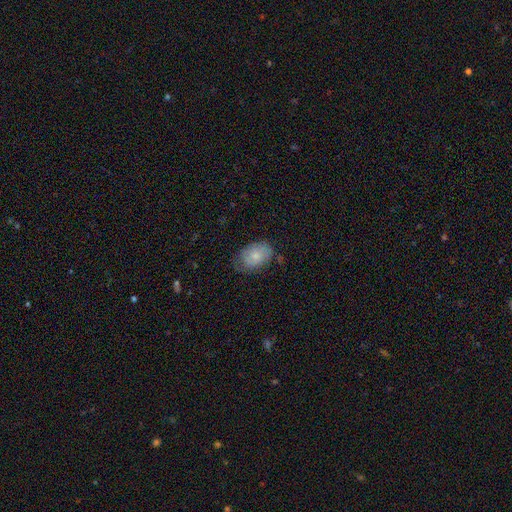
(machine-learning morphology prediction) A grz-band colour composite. It shows a smooth galaxy with no disk features (71%) that is in between round and cigar-shaped (86%). Merging: none (63%).